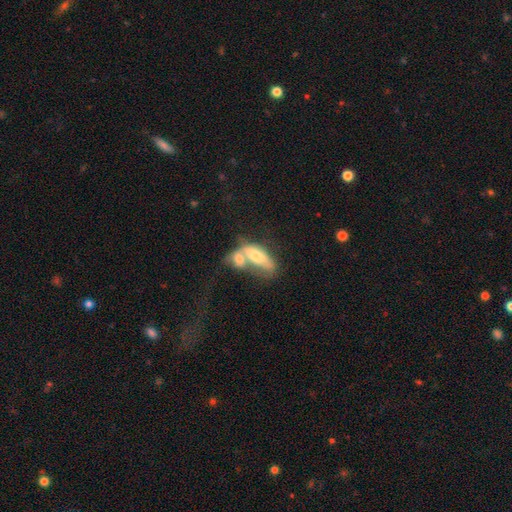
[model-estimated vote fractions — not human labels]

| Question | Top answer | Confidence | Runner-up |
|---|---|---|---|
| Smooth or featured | smooth | 57% | featured or disk (36%) |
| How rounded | in between | 75% | cigar-shaped (21%) |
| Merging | merger | 70% | none (14%) |